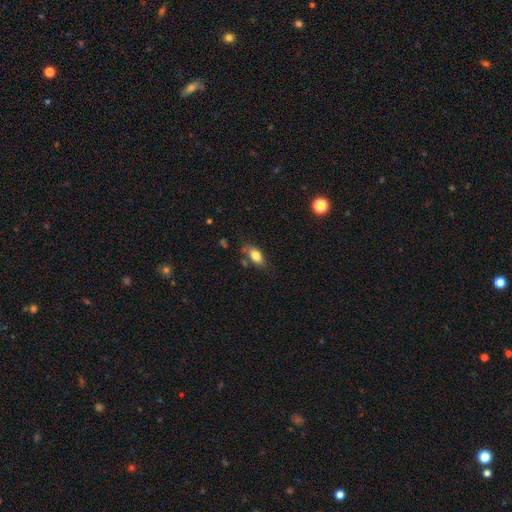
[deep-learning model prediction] Overall: smooth (81%). How rounded: in between (87%). Merging: none (66%).